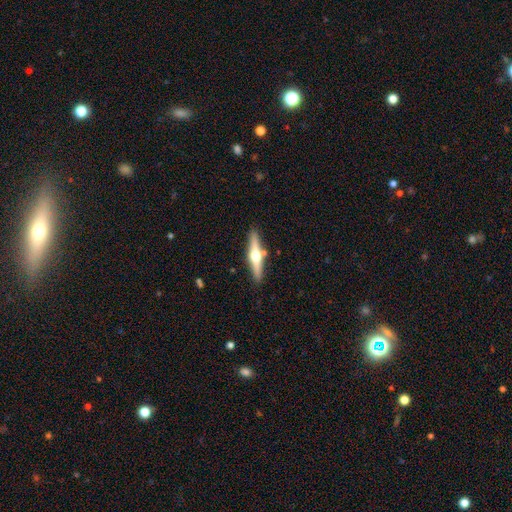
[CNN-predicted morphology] Smooth or featured? featured or disk (68%)
Edge-on disk? yes (97%)
Edge-on bulge? rounded (95%)
Merging? none (86%)